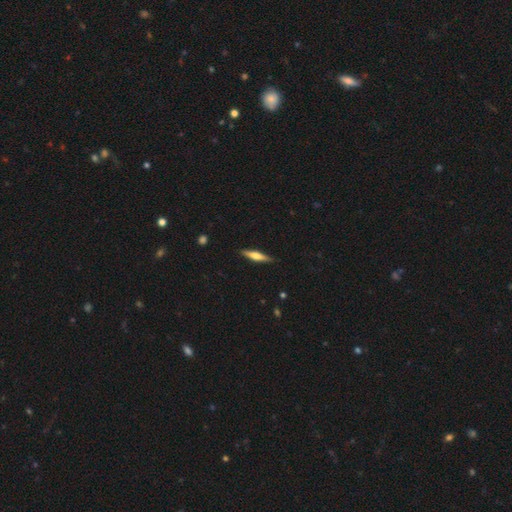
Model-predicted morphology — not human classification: This is possibly a smooth galaxy (48%). Merging: clearly none (89%).